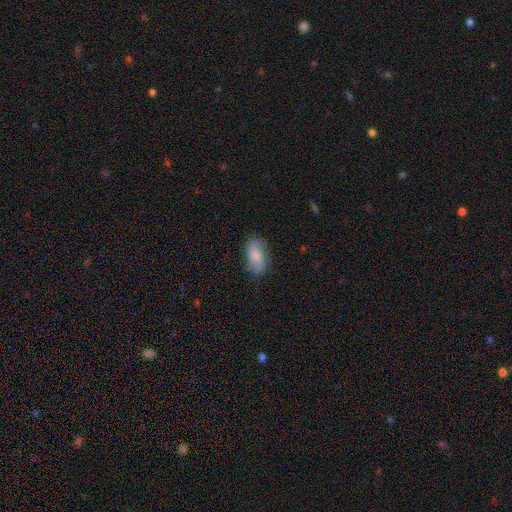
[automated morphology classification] smooth-or-featured: smooth: 72% | featured or disk: 22% | star or artifact: 7%
  how-rounded: in between: 91% | round: 5% | cigar-shaped: 4%
  merging: none: 73% | minor disturbance: 21% | major disturbance: 5% | merger: 1%